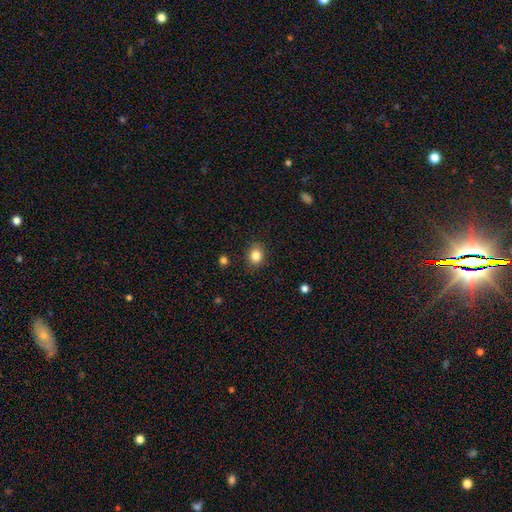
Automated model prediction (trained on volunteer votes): Q: Smooth or featured?
A: smooth (84%); runner-up: star or artifact (10%)
Q: How rounded?
A: round (63%); runner-up: in between (36%)
Q: Merging?
A: none (87%); runner-up: minor disturbance (10%)